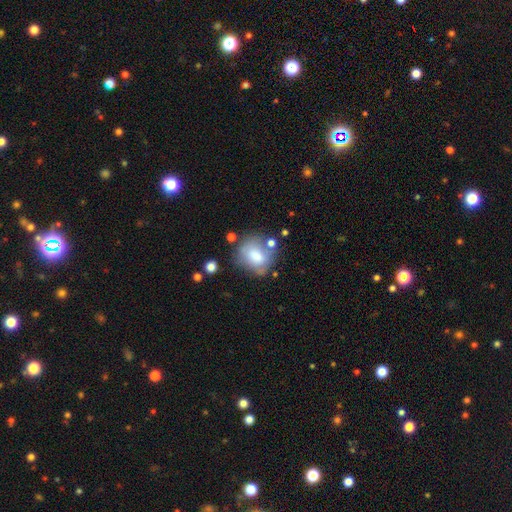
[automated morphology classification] smooth 69%, featured or disk 22%, star or artifact 9%. Down the decision tree: how rounded — round (65%); merging — none (52%).